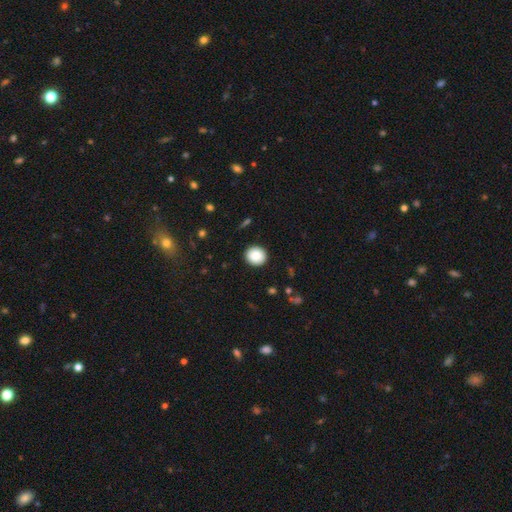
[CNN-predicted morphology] smooth 85%, star or artifact 8%, featured or disk 6%. Down the decision tree: how rounded — round (90%); merging — none (92%).